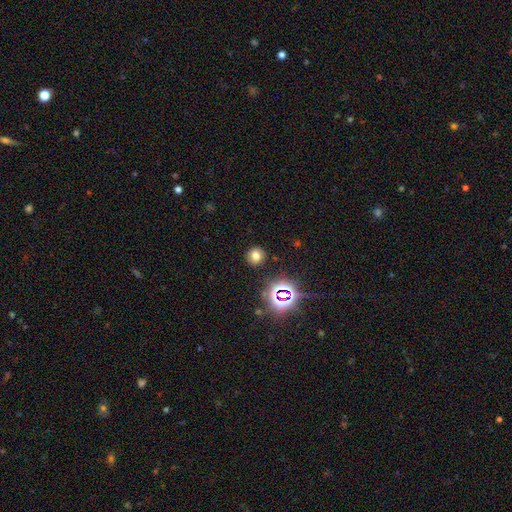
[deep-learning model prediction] smooth-or-featured: smooth: 69% | star or artifact: 22% | featured or disk: 9%
  how-rounded: round: 86% | in between: 13% | cigar-shaped: 1%
  merging: none: 88% | minor disturbance: 7% | major disturbance: 3% | merger: 2%